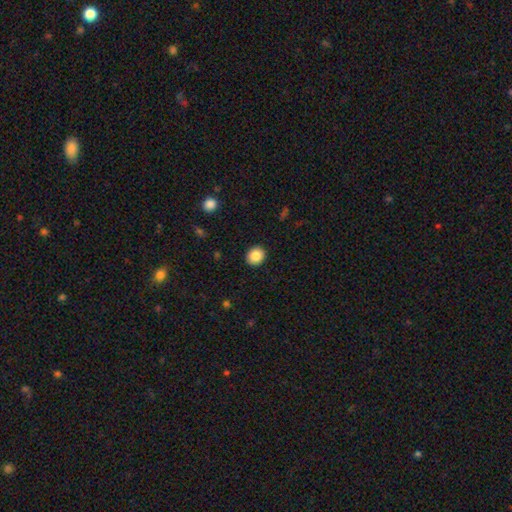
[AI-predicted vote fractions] Morphology: type=smooth (87%); roundness=round (79%); merging=none (91%).